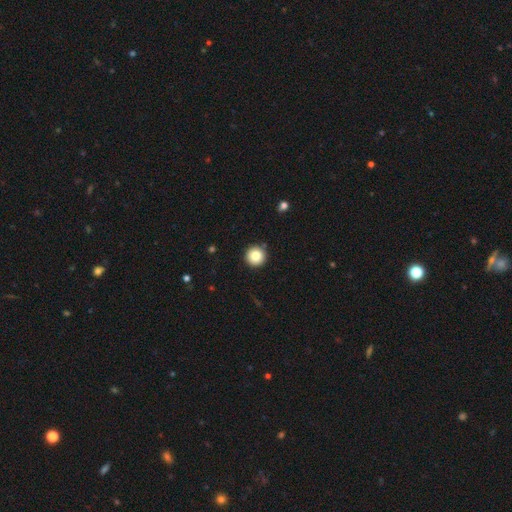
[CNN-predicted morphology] Smooth or featured? smooth (82%)
How rounded? round (96%)
Merging? none (91%)